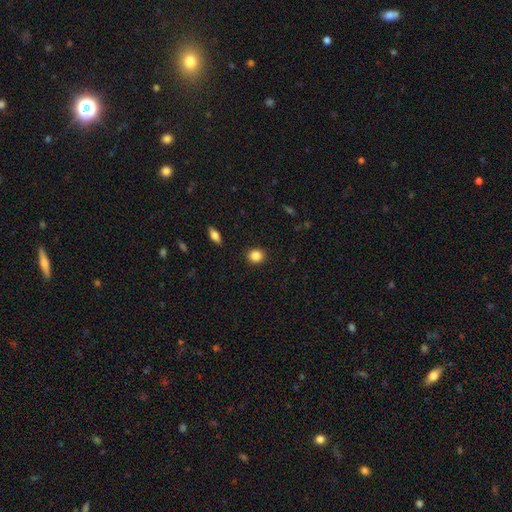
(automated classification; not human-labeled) Smooth or featured?
  - smooth: 86% *
  - star or artifact: 10%
  - featured or disk: 5%
How rounded?
  - round: 81% *
  - in between: 18%
  - cigar-shaped: 1%
Merging?
  - none: 91% *
  - minor disturbance: 6%
  - major disturbance: 2%
  - merger: 1%